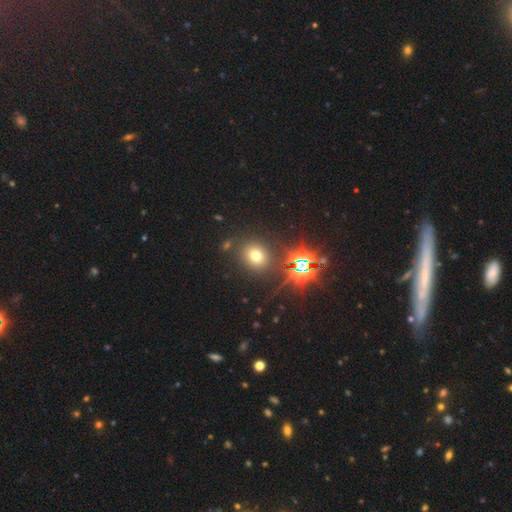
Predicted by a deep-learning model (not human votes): Smooth or featured?
  - smooth: 62% *
  - star or artifact: 28%
  - featured or disk: 10%
How rounded?
  - round: 70% *
  - in between: 29%
  - cigar-shaped: 1%
Merging?
  - none: 83% *
  - minor disturbance: 8%
  - merger: 5%
  - major disturbance: 4%